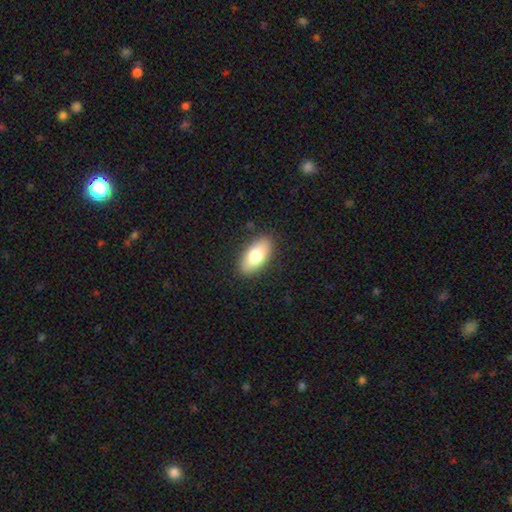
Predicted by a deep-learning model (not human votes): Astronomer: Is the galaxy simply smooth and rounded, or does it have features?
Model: smooth — 76%.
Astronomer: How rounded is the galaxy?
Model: in between — 92%.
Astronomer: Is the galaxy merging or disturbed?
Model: none — 87%.